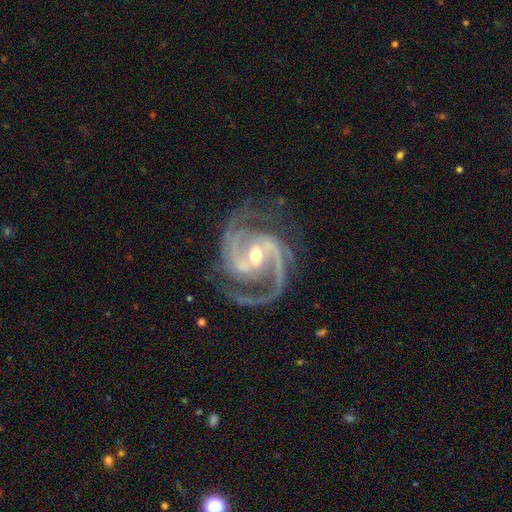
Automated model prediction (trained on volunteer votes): Overall: featured or disk (94%). Edge-on disk: no (98%). Bar: weak (41%; strong 39%). Spiral arms: yes (99%). Spiral arm count: 2 (79%). Spiral winding: medium (56%; tight 34%). Bulge size: moderate (61%; small 35%). Merging: none (76%).